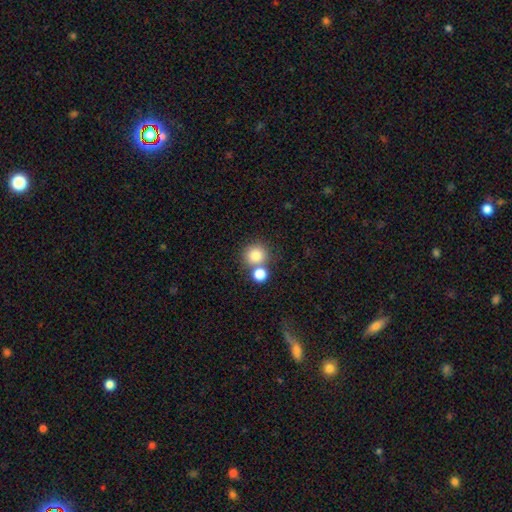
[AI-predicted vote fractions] Smooth or featured? smooth (81%)
How rounded? round (91%)
Merging? none (58%)